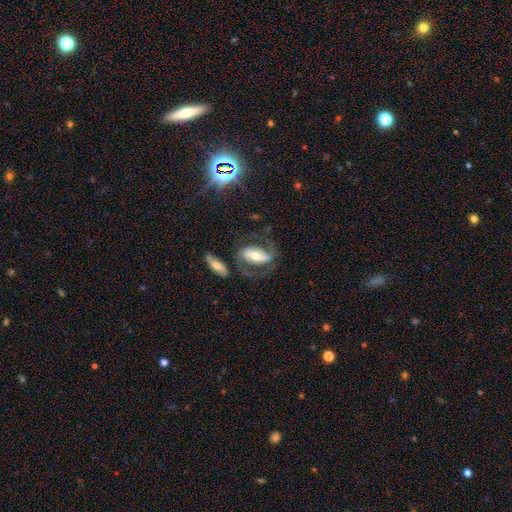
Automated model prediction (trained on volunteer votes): The model was most divided on "spiral winding": medium: 48%, loose: 32%, tight: 20%. More confident: edge-on disk — no (91%); spiral arms — yes (87%); spiral arm count — 2 (86%); smooth or featured — featured or disk (75%); bulge size — moderate (63%); merging — none (57%); bar — strong (52%).